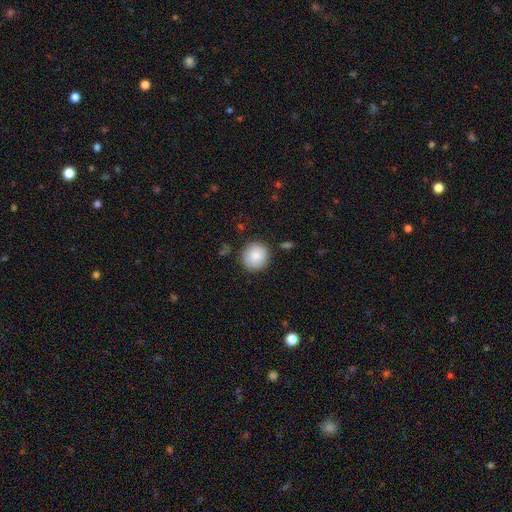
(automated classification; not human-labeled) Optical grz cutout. It shows a smooth galaxy with no disk features (85%) that is round (91%). Merging: none (84%).